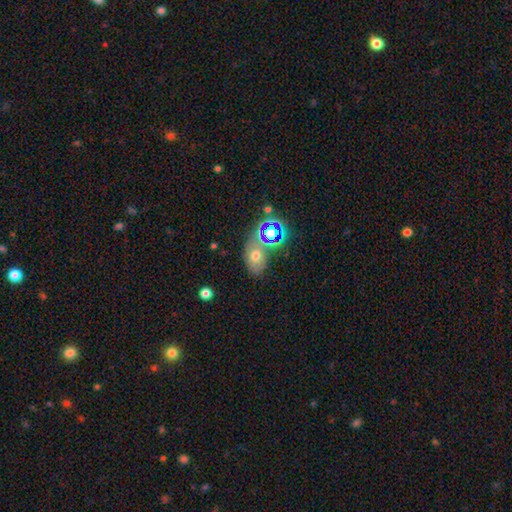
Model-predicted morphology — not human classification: A smooth galaxy with no disk features (58%) that is in between round and cigar-shaped (78%).

Vote fractions:
- Smooth or featured? smooth: 58% / star or artifact: 24% / featured or disk: 18%
- How rounded? in between: 78% / round: 20% / cigar-shaped: 2%
- Merging? none: 57% / merger: 19% / minor disturbance: 16% / major disturbance: 8%